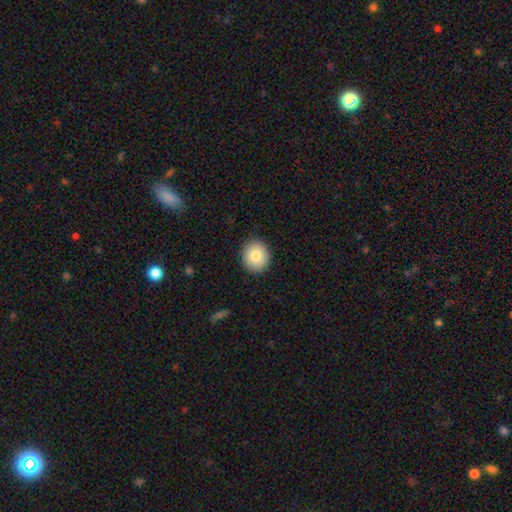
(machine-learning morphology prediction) smooth_or_featured: smooth (p=0.83) [alt: featured or disk p=0.09]
how_rounded: round (p=0.83) [alt: in between p=0.16]
merging: none (p=0.91) [alt: minor disturbance p=0.07]